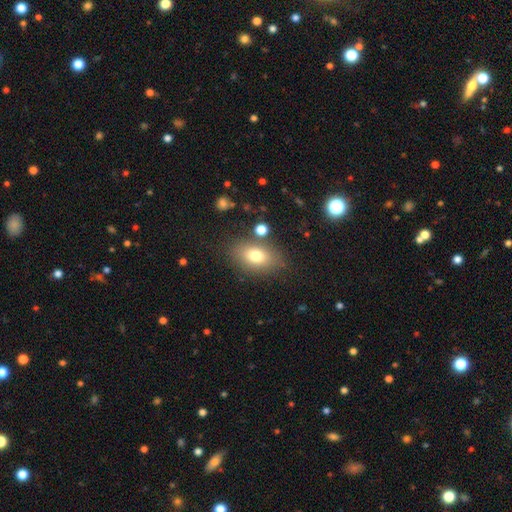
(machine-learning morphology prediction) A smooth galaxy with no disk features (77%) that is in between round and cigar-shaped (85%). Merging: none (77%).